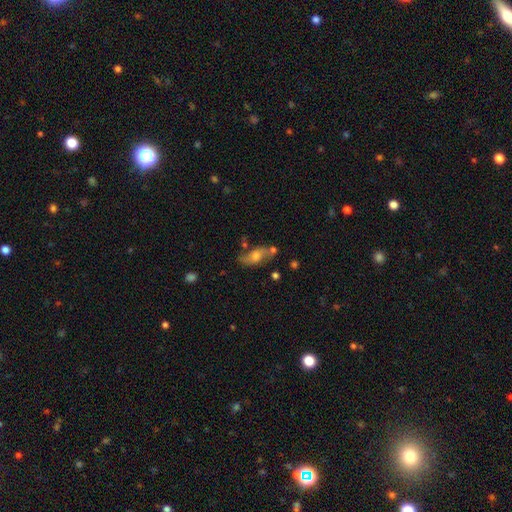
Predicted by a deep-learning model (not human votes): smooth-or-featured: featured or disk: 50% | smooth: 41% | star or artifact: 9%
  merging: none: 60% | minor disturbance: 20% | merger: 12% | major disturbance: 8%